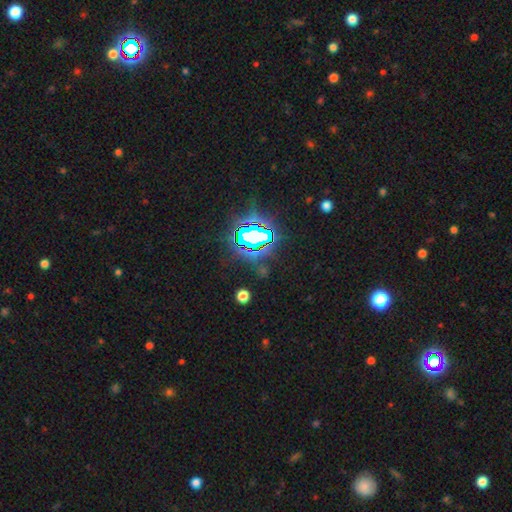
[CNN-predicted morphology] star or artifact 84%, smooth 10%, featured or disk 6%.